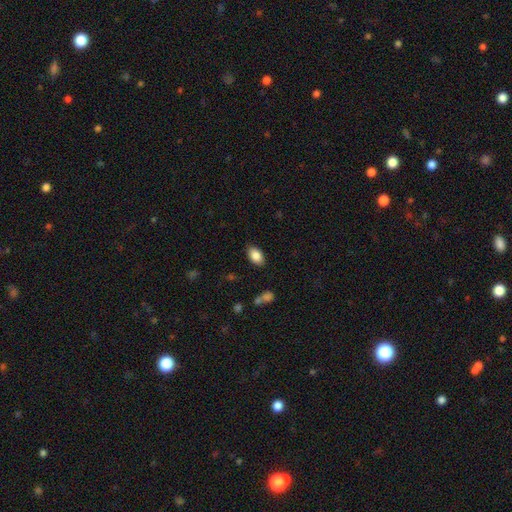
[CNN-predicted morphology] The model was most divided on "merging": none: 85%, minor disturbance: 11%, major disturbance: 2%, merger: 1%. More confident: how rounded — in between (92%); smooth or featured — smooth (86%).